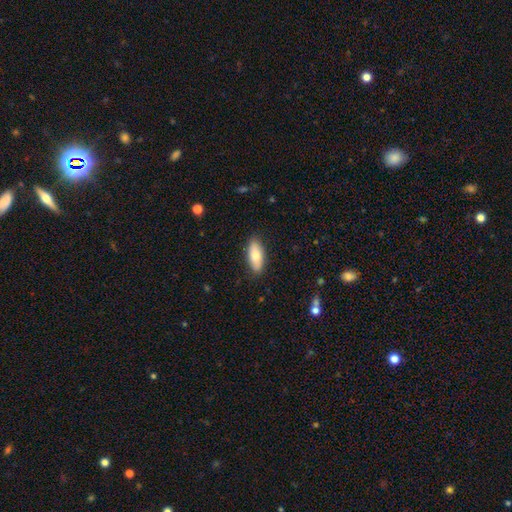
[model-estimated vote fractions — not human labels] Smooth or featured: smooth — 74% (featured or disk — 20%)
How rounded: in between — 79% (cigar-shaped — 18%)
Merging: none — 87% (minor disturbance — 10%)